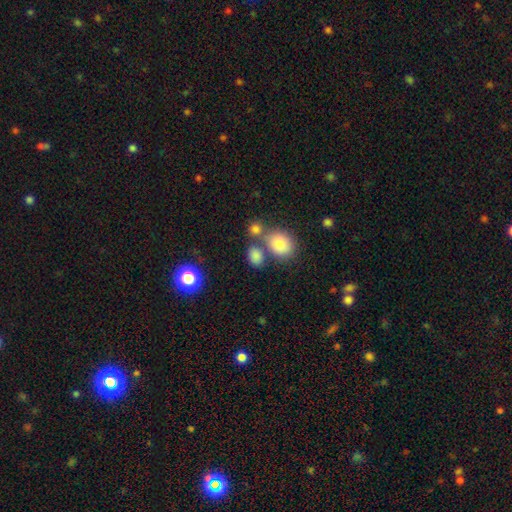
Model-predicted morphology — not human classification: type=smooth (81%); roundness=in between (68%); merging=none (58%).